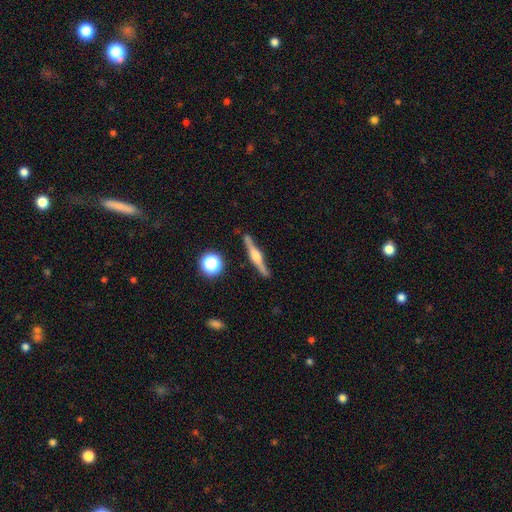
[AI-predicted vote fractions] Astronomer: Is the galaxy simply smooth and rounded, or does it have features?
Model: featured or disk — 76%.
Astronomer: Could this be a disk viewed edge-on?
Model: yes — 98%.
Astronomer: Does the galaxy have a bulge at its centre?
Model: rounded — 84%.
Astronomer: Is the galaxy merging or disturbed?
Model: none — 88%.